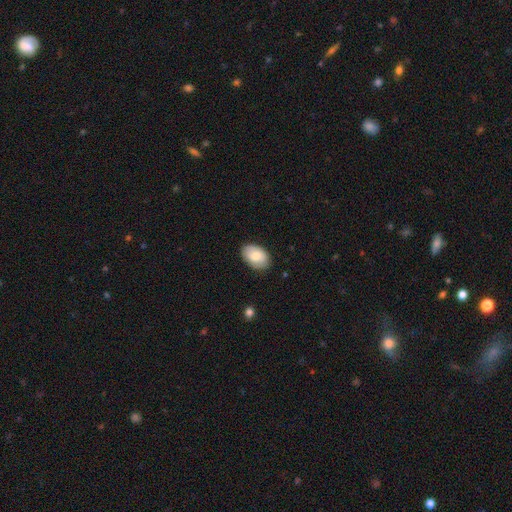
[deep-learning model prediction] This is likely a smooth galaxy (78%). How rounded: clearly in between (89%). Merging: clearly none (85%).